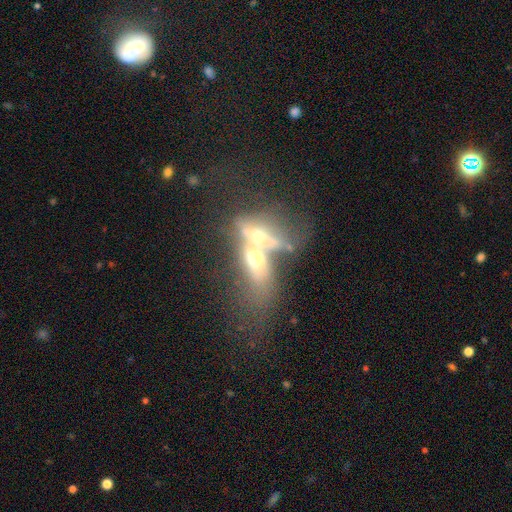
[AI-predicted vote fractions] Smooth or featured: featured or disk — 52% (smooth — 37%)
Edge-on disk: no — 62% (yes — 38%)
Merging: merger — 75% (major disturbance — 10%)